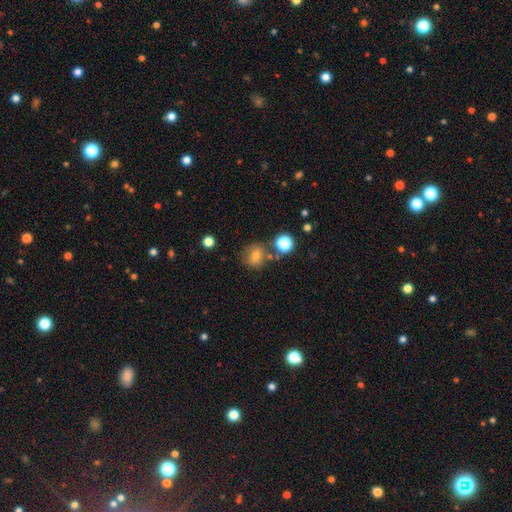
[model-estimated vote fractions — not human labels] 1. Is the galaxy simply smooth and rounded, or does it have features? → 71% smooth, 15% star or artifact, 14% featured or disk.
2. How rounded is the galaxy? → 72% round, 26% in between, 1% cigar-shaped.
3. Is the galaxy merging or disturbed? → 68% none, 14% minor disturbance, 12% merger, 6% major disturbance.